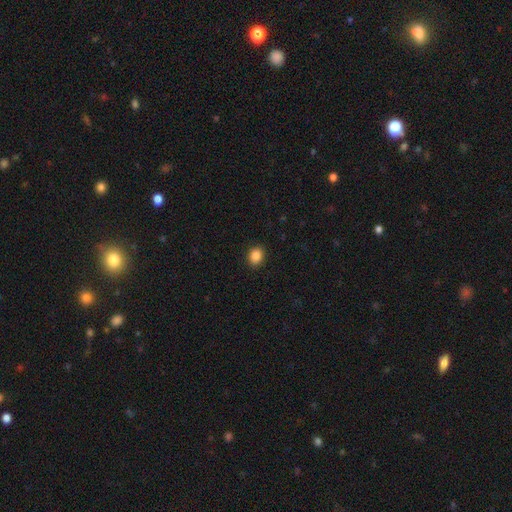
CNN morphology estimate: This is clearly a smooth galaxy (87%). How rounded: possibly round (56%). Merging: clearly none (91%).